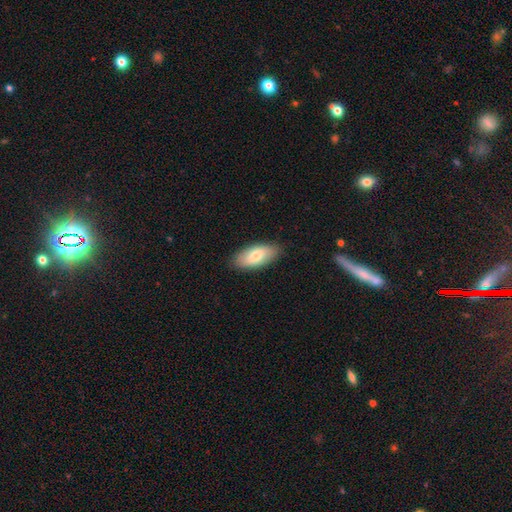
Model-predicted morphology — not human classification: smooth_or_featured: smooth (p=0.76) [alt: featured or disk p=0.18]
how_rounded: in between (p=0.88) [alt: cigar-shaped p=0.09]
merging: none (p=0.87) [alt: minor disturbance p=0.10]